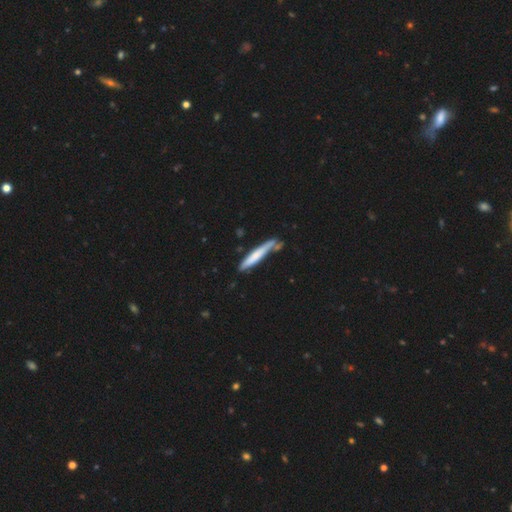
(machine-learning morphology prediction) A smooth galaxy with no disk features (63%) that is cigar-shaped (94%). Merging: none (65%).